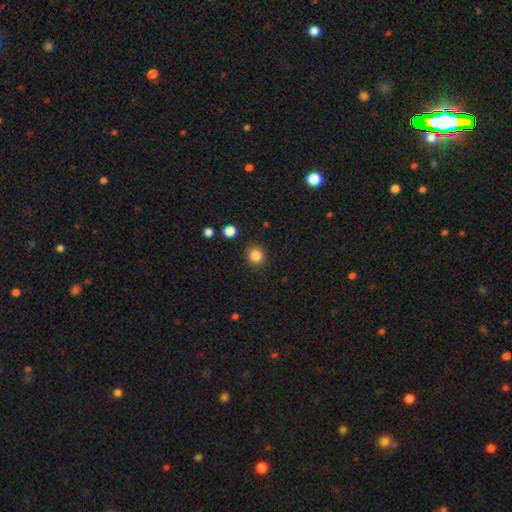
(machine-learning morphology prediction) type=smooth (85%); roundness=round (90%); merging=none (90%).